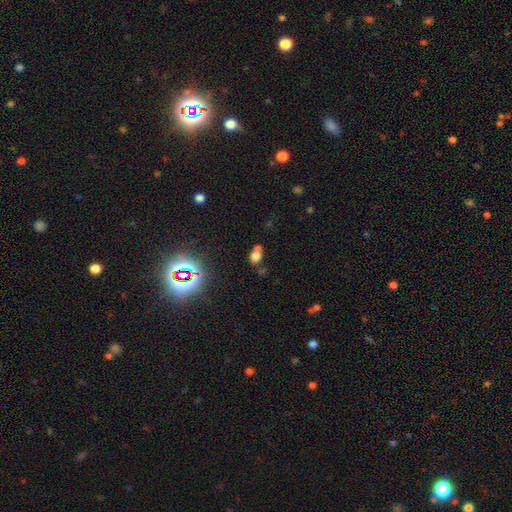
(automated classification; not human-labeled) Overall: smooth (66%). How rounded: in between (69%). Merging: merger (40%; none 39%).